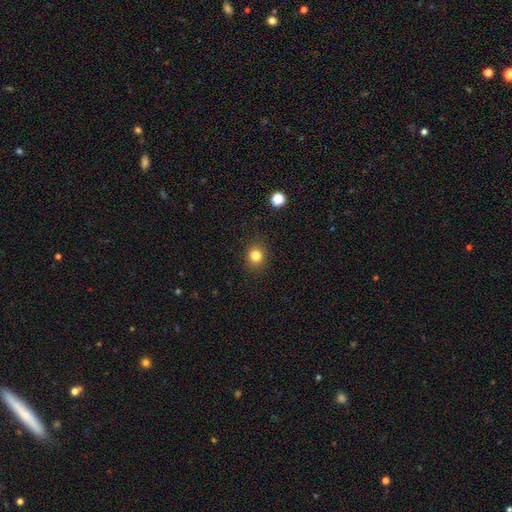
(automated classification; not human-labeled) smooth-or-featured: smooth: 82% | star or artifact: 13% | featured or disk: 5%
  how-rounded: round: 78% | in between: 21% | cigar-shaped: 1%
  merging: none: 88% | minor disturbance: 8% | major disturbance: 3% | merger: 1%